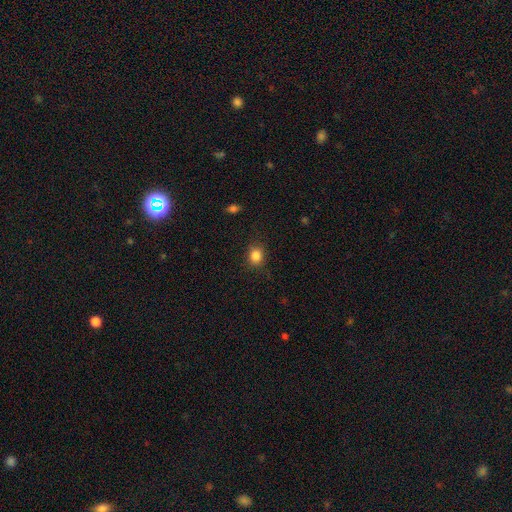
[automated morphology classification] A smooth galaxy with no disk features (85%) that is round (70%).

Vote fractions:
- Smooth or featured? smooth: 85% / star or artifact: 11% / featured or disk: 4%
- How rounded? round: 70% / in between: 29% / cigar-shaped: 1%
- Merging? none: 86% / minor disturbance: 10% / major disturbance: 3% / merger: 1%